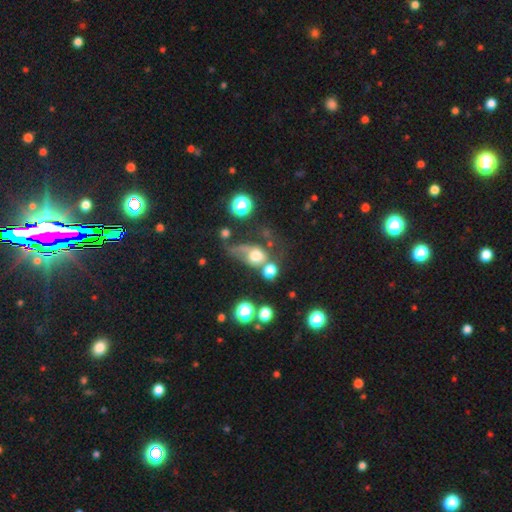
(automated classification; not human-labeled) The model was most divided on "how rounded": in between: 49%, round: 48%, cigar-shaped: 3%. Remaining: smooth or featured — smooth (59%); merging — major disturbance (33%).